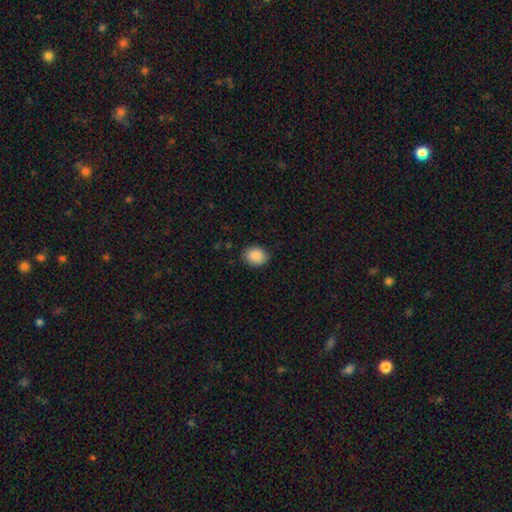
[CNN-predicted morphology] A smooth galaxy with no disk features (88%) that is in between round and cigar-shaped (53%). Merging: none (85%).